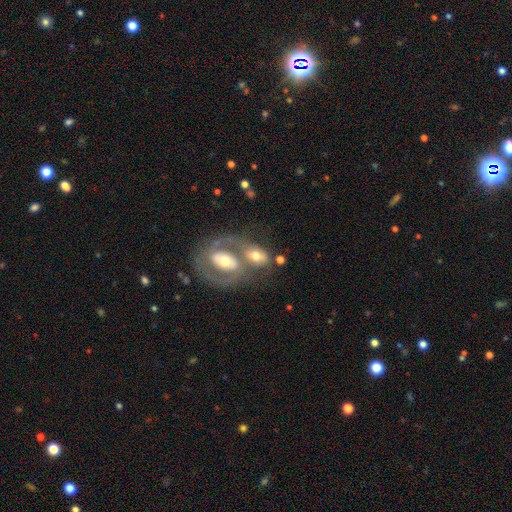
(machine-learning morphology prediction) smooth-or-featured: featured or disk: 50% | smooth: 43% | star or artifact: 7%
  disk-edge-on: no: 92% | yes: 8%
  merging: merger: 52% | none: 29% | minor disturbance: 11% | major disturbance: 9%